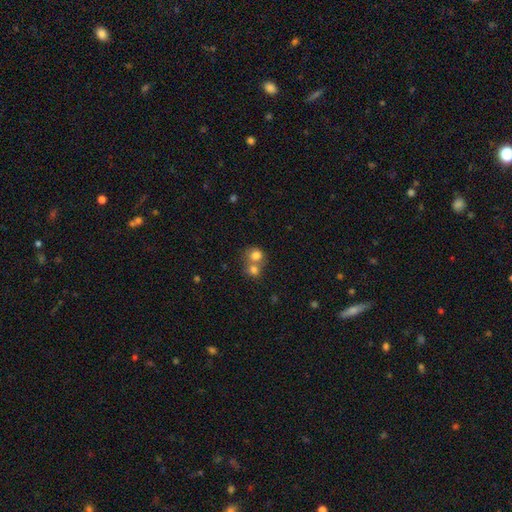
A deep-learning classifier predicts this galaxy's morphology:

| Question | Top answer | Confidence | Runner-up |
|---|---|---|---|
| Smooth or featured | smooth | 77% | featured or disk (12%) |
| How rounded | round | 76% | in between (23%) |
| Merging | merger | 60% | none (31%) |